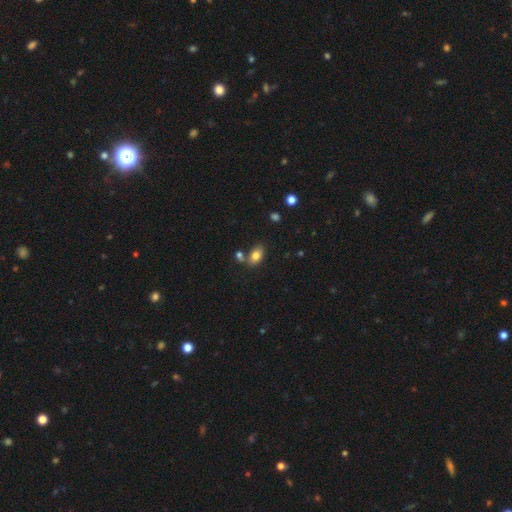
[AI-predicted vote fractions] A smooth galaxy with no disk features (81%) that is in between round and cigar-shaped (87%).

Vote fractions:
- Smooth or featured? smooth: 81% / featured or disk: 10% / star or artifact: 9%
- How rounded? in between: 87% / round: 11% / cigar-shaped: 2%
- Merging? none: 64% / merger: 19% / minor disturbance: 14% / major disturbance: 4%